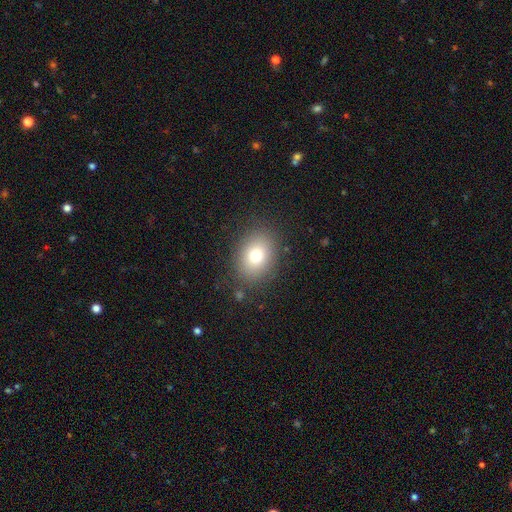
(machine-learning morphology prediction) This is likely a smooth galaxy (77%). How rounded: likely in between (60%). Merging: clearly none (84%).